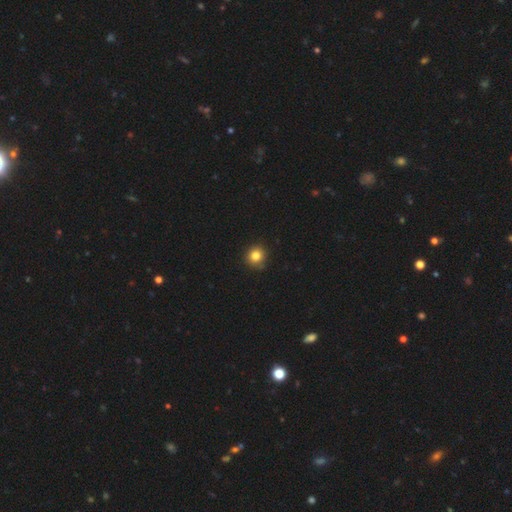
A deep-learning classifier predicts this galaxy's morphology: type=smooth (83%); roundness=round (91%); merging=none (88%).